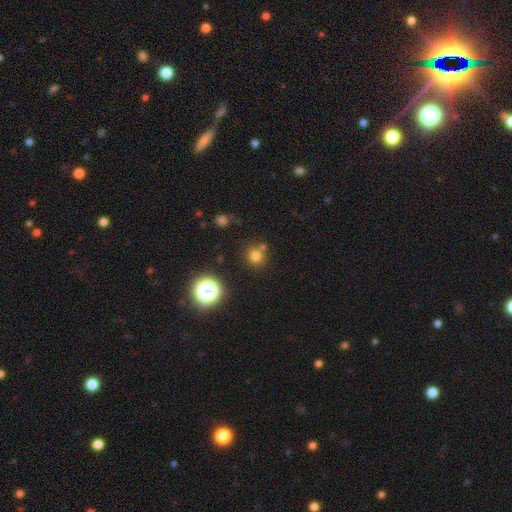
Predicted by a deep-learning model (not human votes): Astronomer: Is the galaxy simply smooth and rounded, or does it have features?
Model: smooth — 73%.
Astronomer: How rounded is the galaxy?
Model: round — 91%.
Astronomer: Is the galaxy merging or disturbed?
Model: none — 73%.